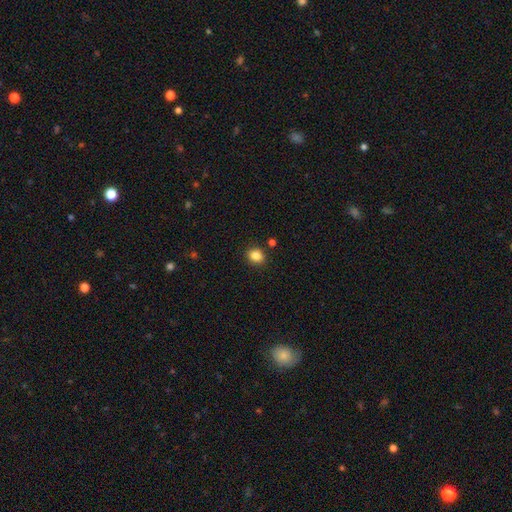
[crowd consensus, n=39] This appears to be a smooth galaxy with no disk features (85%) that is round (79%). Merging: none (86%).